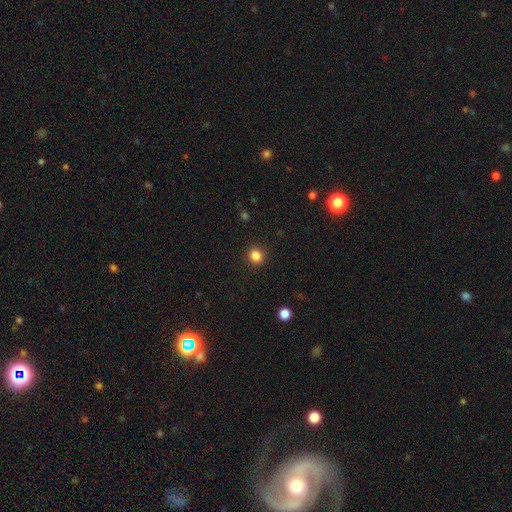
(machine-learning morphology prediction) A smooth galaxy with no disk features (85%) that is round (83%).

Vote fractions:
- Smooth or featured? smooth: 85% / star or artifact: 12% / featured or disk: 4%
- How rounded? round: 83% / in between: 16% / cigar-shaped: 1%
- Merging? none: 91% / minor disturbance: 6% / major disturbance: 2% / merger: 1%